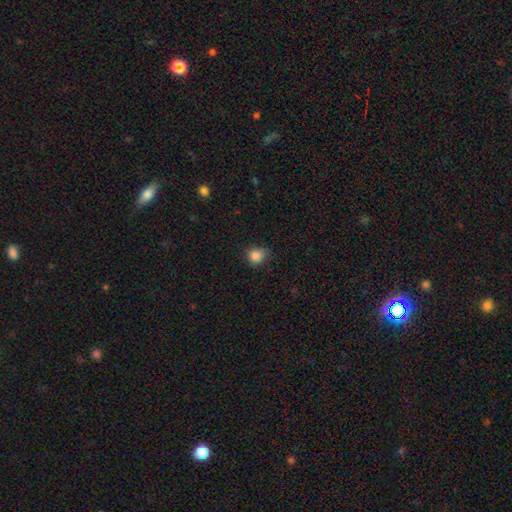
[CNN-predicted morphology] This is clearly a smooth galaxy (85%). How rounded: likely round (78%). Merging: likely none (66%).